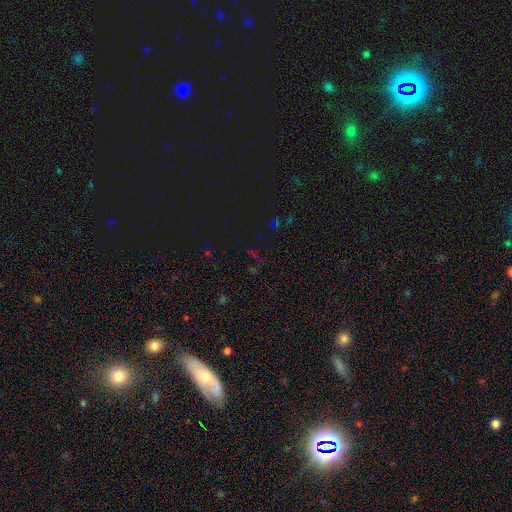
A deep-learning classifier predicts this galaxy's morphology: smooth_or_featured: star or artifact (p=0.69) [alt: smooth p=0.21]